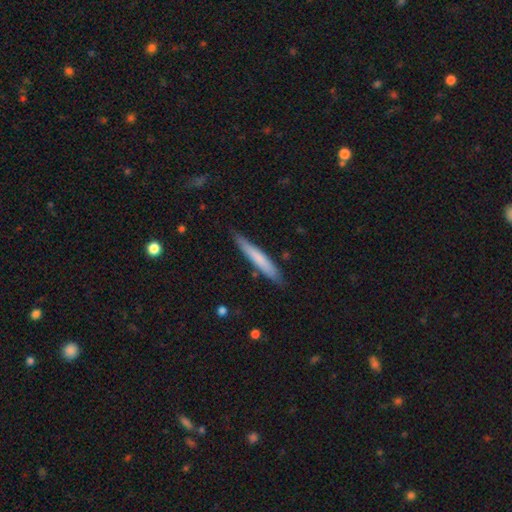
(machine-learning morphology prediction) smooth-or-featured: smooth: 64% | featured or disk: 30% | star or artifact: 6%
  how-rounded: cigar-shaped: 96% | in between: 3% | round: 1%
  merging: none: 87% | minor disturbance: 10% | major disturbance: 2% | merger: 1%